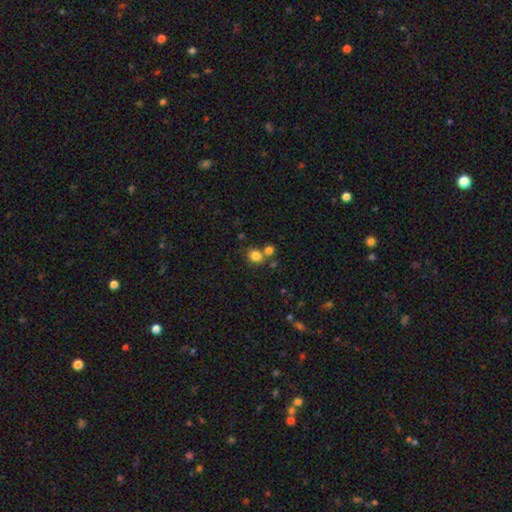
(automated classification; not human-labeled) Smooth or featured: smooth — 81% (star or artifact — 12%)
How rounded: round — 64% (in between — 35%)
Merging: none — 57% (merger — 29%)